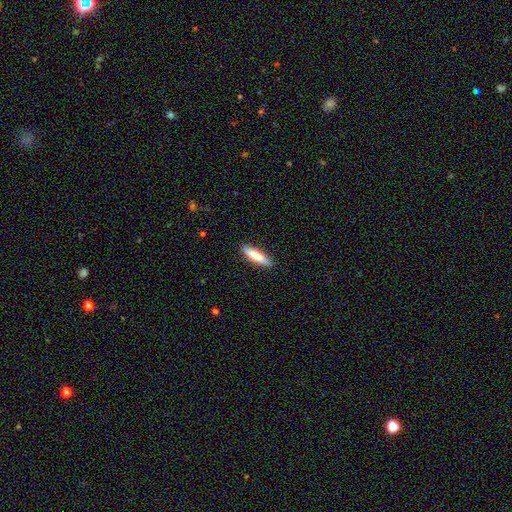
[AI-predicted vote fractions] Smooth or featured?
  - smooth: 80% *
  - featured or disk: 15%
  - star or artifact: 5%
How rounded?
  - cigar-shaped: 73% *
  - in between: 26%
  - round: 1%
Merging?
  - none: 89% *
  - minor disturbance: 9%
  - major disturbance: 2%
  - merger: 1%